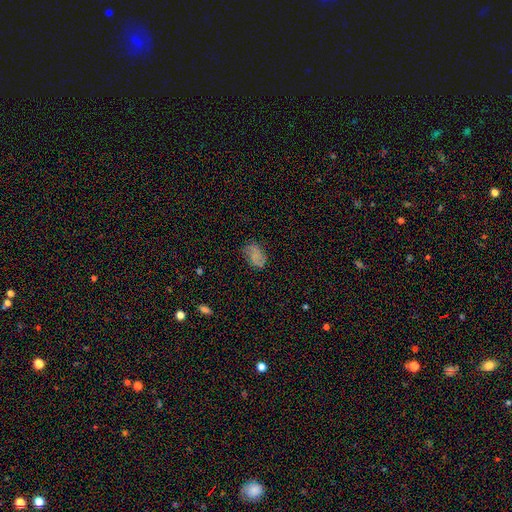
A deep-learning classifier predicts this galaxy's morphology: The model was most divided on "smooth or featured": smooth: 57%, featured or disk: 30%, star or artifact: 13%. More confident: how rounded — in between (85%); merging — none (73%).